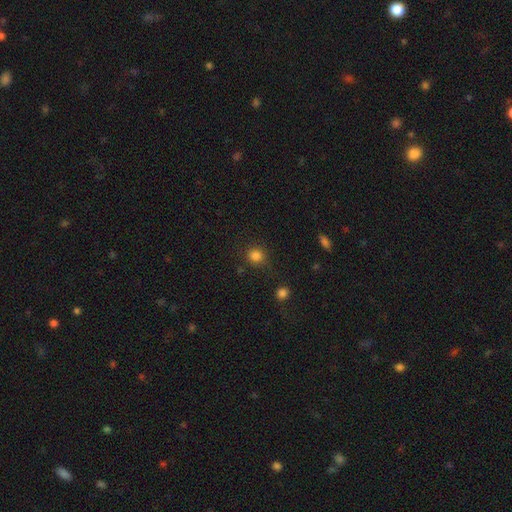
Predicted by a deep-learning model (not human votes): This appears to be a smooth galaxy with no disk features (84%) that is round (88%). Merging: none (82%).